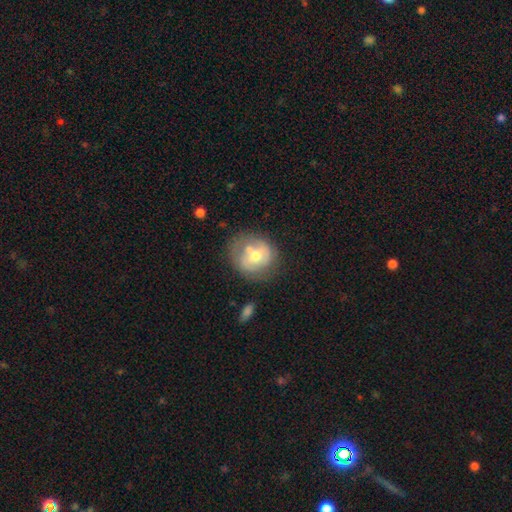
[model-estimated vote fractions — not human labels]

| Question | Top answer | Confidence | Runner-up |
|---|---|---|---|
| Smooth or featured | smooth | 47% | featured or disk (46%) |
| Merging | none | 47% | minor disturbance (22%) |